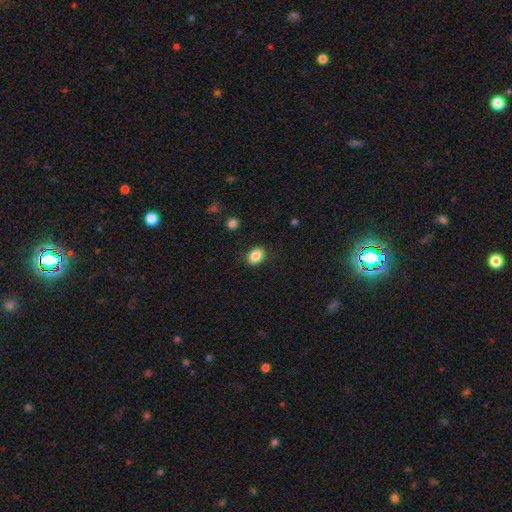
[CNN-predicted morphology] Smooth or featured? smooth (86%)
How rounded? in between (65%)
Merging? none (86%)